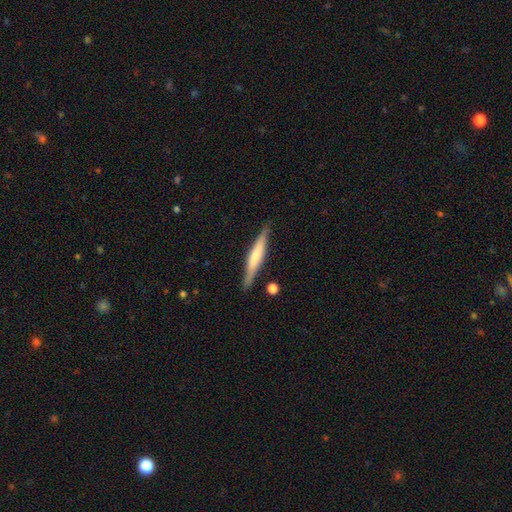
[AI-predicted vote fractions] A smooth galaxy with no disk features (47%, tied with featured or disk). Merging: none (85%).